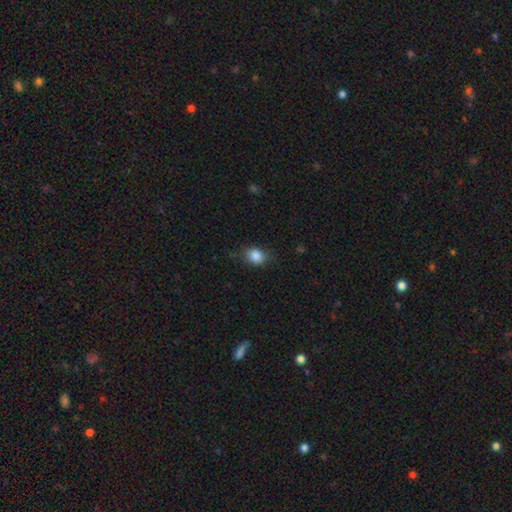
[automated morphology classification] Smooth or featured? Predicted: smooth (p=0.85). How rounded? Predicted: round (p=0.52). Merging? Predicted: none (p=0.73).